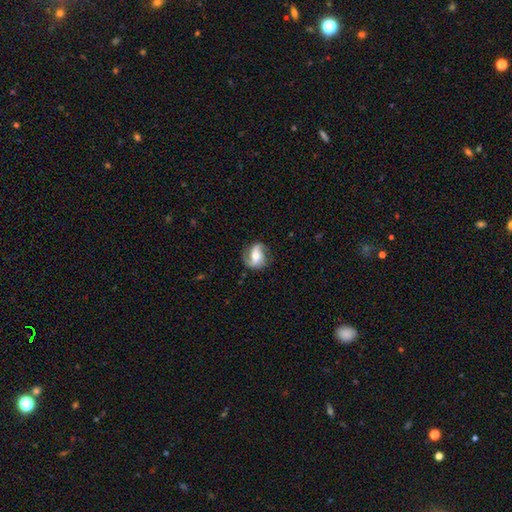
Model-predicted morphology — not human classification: featured or disk 76%, smooth 17%, star or artifact 6%. Down the decision tree: edge-on disk — no (97%); bar — weak (37%); spiral arms — yes (93%); spiral arm count — 2 (88%); spiral winding — loose (45%); bulge size — moderate (62%); merging — none (76%).